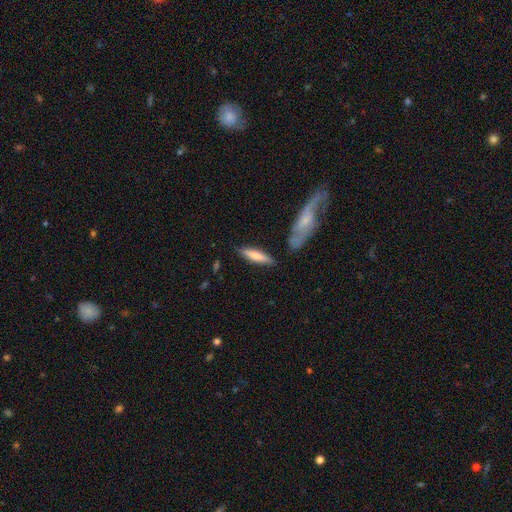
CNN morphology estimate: Smooth or featured? smooth (73%)
How rounded? cigar-shaped (77%)
Merging? none (78%)